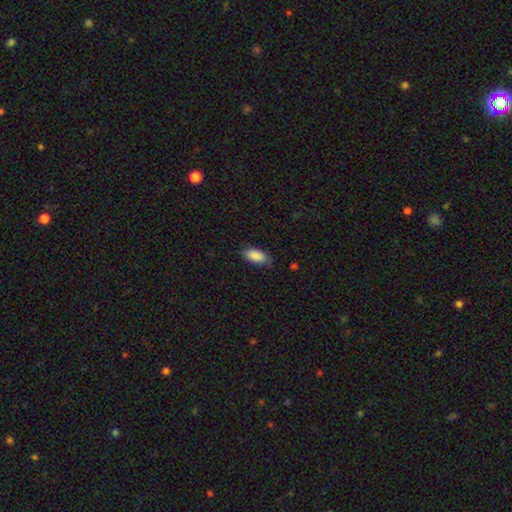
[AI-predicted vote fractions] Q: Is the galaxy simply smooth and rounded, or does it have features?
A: smooth — 88%.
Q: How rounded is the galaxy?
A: in between — 91%.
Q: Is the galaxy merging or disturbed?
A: none — 73%.